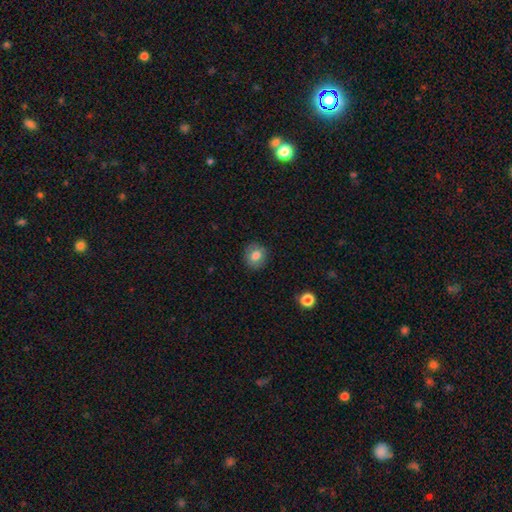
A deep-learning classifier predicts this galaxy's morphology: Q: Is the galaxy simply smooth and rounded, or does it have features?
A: smooth — 79%.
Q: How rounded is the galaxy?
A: round — 79%.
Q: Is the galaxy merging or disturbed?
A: none — 88%.